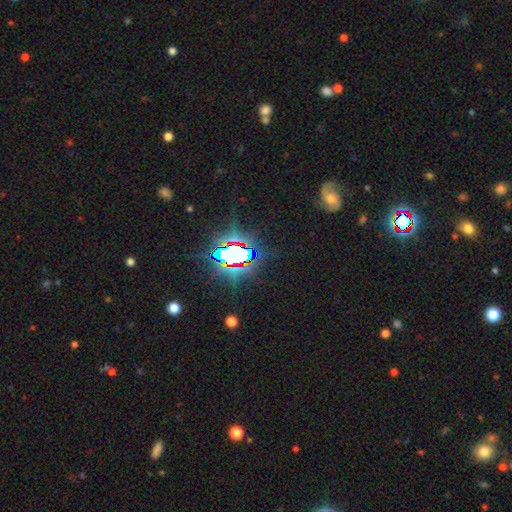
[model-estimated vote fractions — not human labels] Smooth or featured?
  - star or artifact: 79% *
  - smooth: 11%
  - featured or disk: 10%